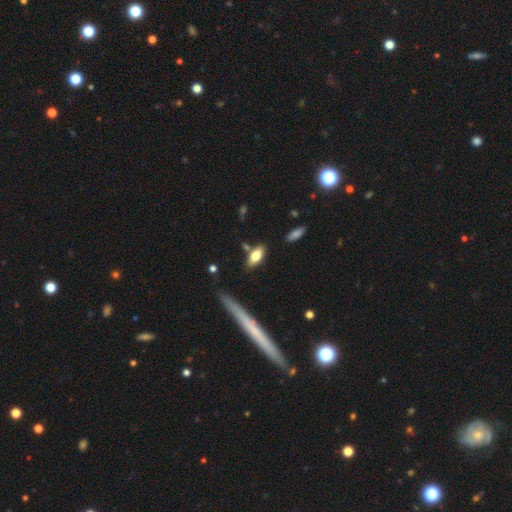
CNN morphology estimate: A smooth galaxy with no disk features (72%) that is in between round and cigar-shaped (82%). Merging: none (74%).